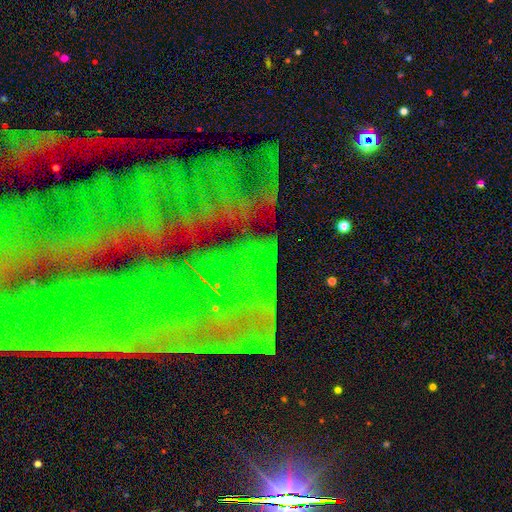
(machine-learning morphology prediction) type=star or artifact (79%).